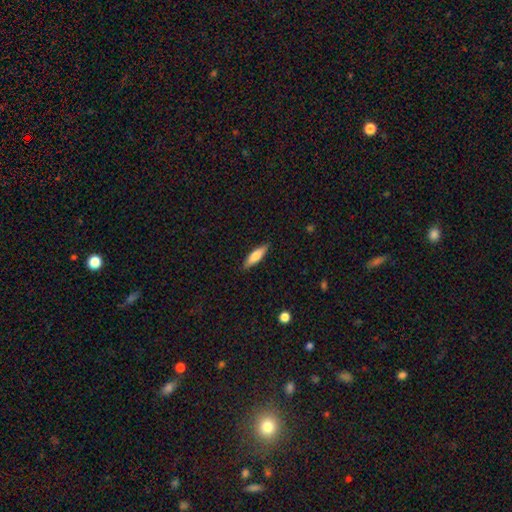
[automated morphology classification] Smooth or featured? smooth (72%)
How rounded? cigar-shaped (62%)
Merging? none (87%)